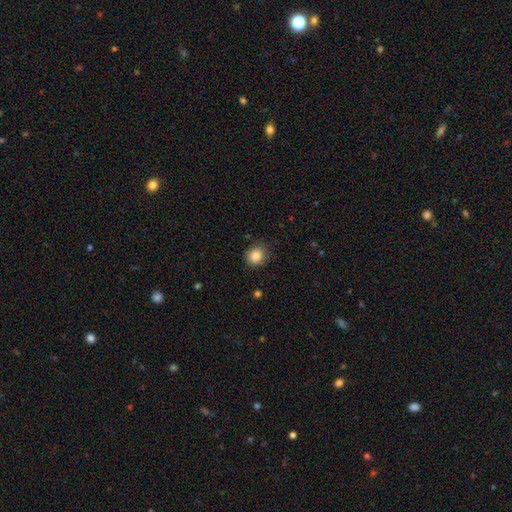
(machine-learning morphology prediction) type=smooth (86%); roundness=round (80%); merging=none (86%).